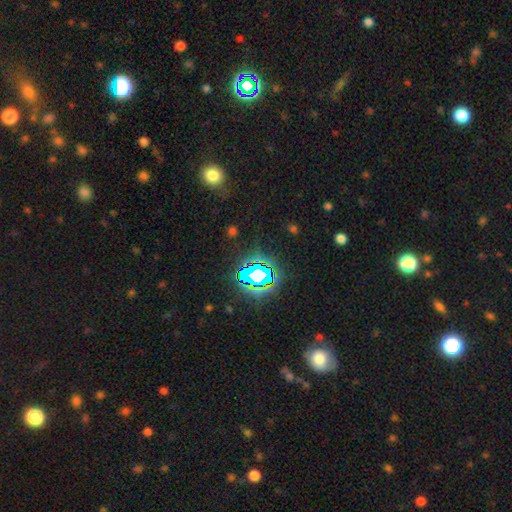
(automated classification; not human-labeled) Smooth or featured: star or artifact — 75% (smooth — 16%)